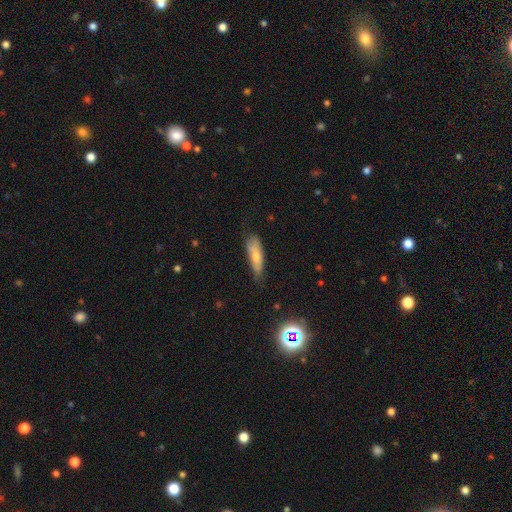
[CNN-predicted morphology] Smooth or featured?
  - smooth: 71% *
  - featured or disk: 22%
  - star or artifact: 7%
How rounded?
  - in between: 49% * (tied)
  - cigar-shaped: 49% * (tied)
  - round: 2%
Merging?
  - none: 56% *
  - minor disturbance: 33%
  - major disturbance: 8%
  - merger: 2%